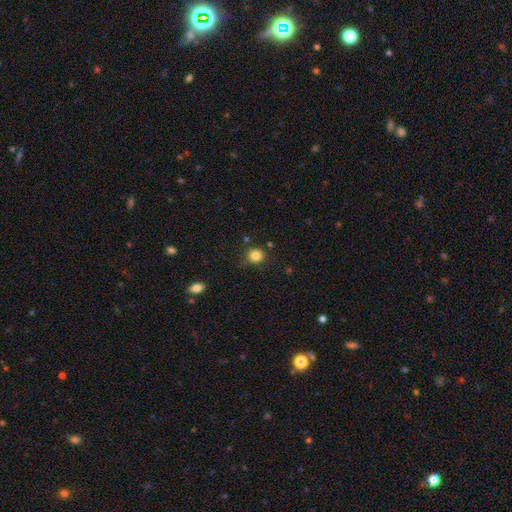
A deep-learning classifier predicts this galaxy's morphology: This appears to be a smooth galaxy with no disk features (83%) that is round (88%). Merging: none (85%).